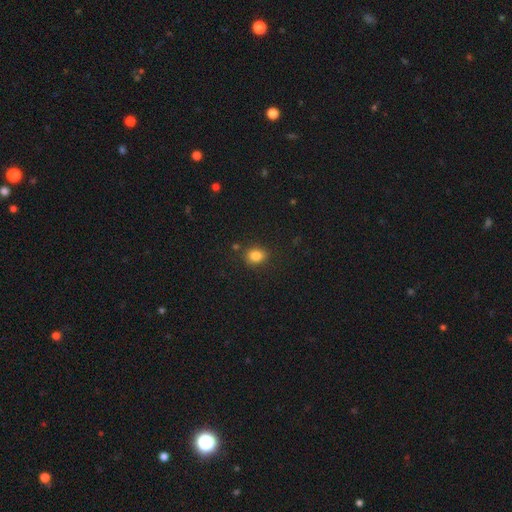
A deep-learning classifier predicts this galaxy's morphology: smooth 83%, star or artifact 12%, featured or disk 6%. Down the decision tree: how rounded — round (54%); merging — none (82%).